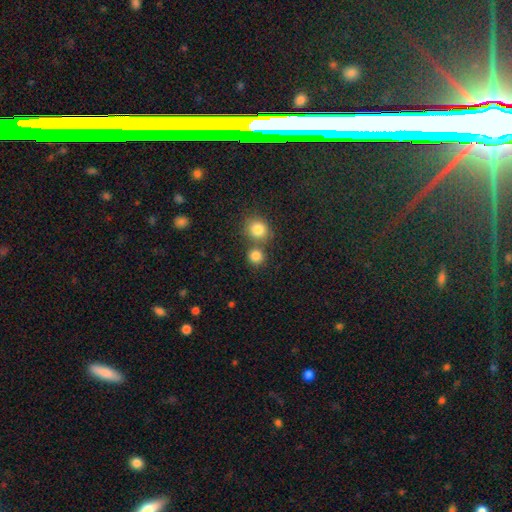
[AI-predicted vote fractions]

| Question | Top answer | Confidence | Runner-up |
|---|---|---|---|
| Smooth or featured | smooth | 83% | star or artifact (11%) |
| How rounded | round | 88% | in between (11%) |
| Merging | none | 64% | merger (26%) |